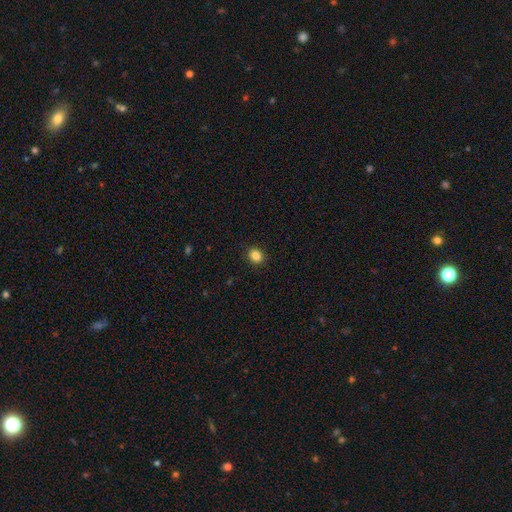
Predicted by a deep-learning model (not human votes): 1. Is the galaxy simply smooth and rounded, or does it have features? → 85% smooth, 11% star or artifact, 4% featured or disk.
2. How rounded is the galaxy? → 68% round, 31% in between, 1% cigar-shaped.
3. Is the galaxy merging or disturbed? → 91% none, 6% minor disturbance, 2% major disturbance, 1% merger.